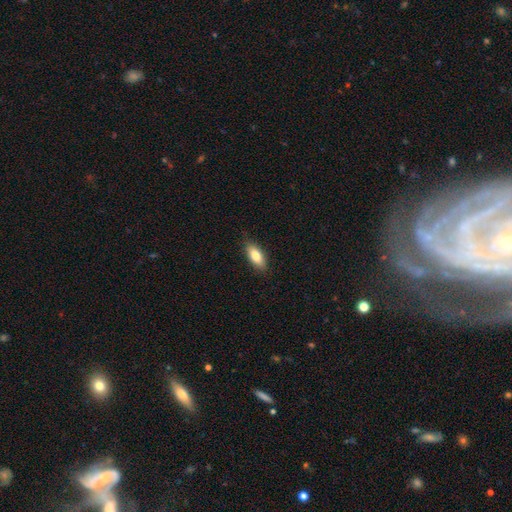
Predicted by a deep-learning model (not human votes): A smooth galaxy with no disk features (80%) that is in between round and cigar-shaped (82%).

Vote fractions:
- Smooth or featured? smooth: 80% / featured or disk: 13% / star or artifact: 6%
- How rounded? in between: 82% / cigar-shaped: 16% / round: 3%
- Merging? none: 86% / minor disturbance: 11% / major disturbance: 2% / merger: 1%